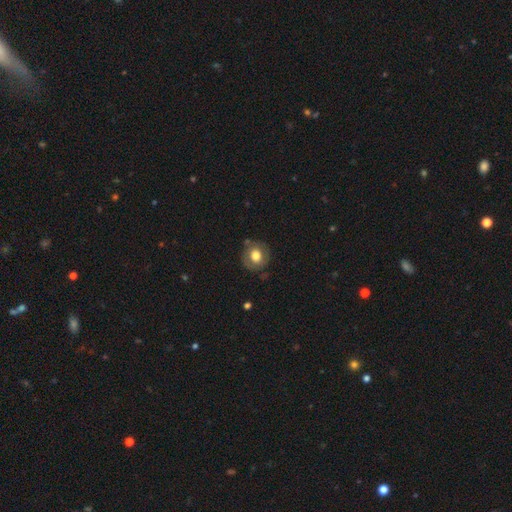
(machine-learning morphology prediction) Overall: smooth (67%). How rounded: round (83%). Merging: none (79%).